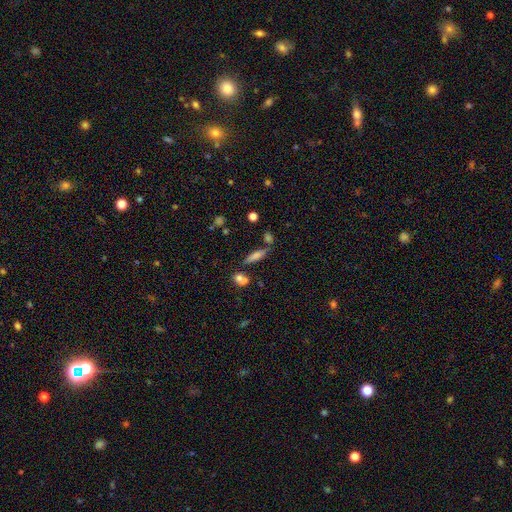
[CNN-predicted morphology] This is possibly a smooth galaxy (56%). How rounded: likely cigar-shaped (70%). Merging: likely none (68%).